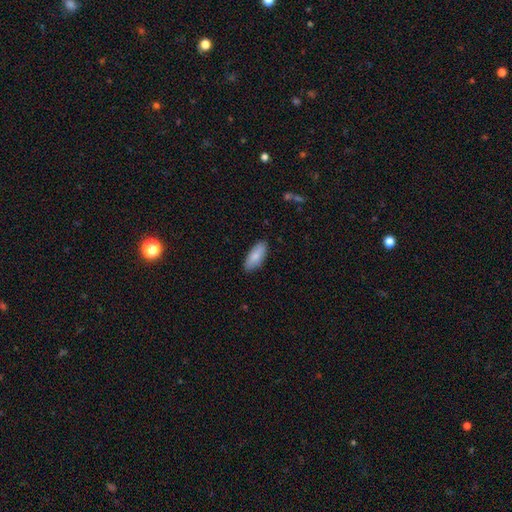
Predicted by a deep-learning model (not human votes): smooth_or_featured: smooth (p=0.83) [alt: featured or disk p=0.11]
how_rounded: in between (p=0.78) [alt: cigar-shaped p=0.20]
merging: none (p=0.86) [alt: minor disturbance p=0.11]